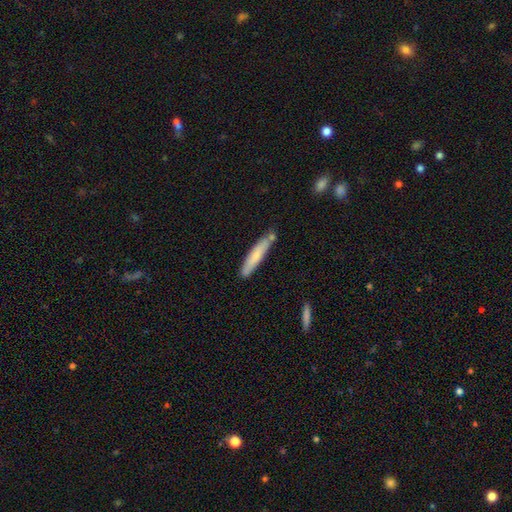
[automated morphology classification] A smooth galaxy with no disk features (68%) that is cigar-shaped (90%). Merging: none (73%).